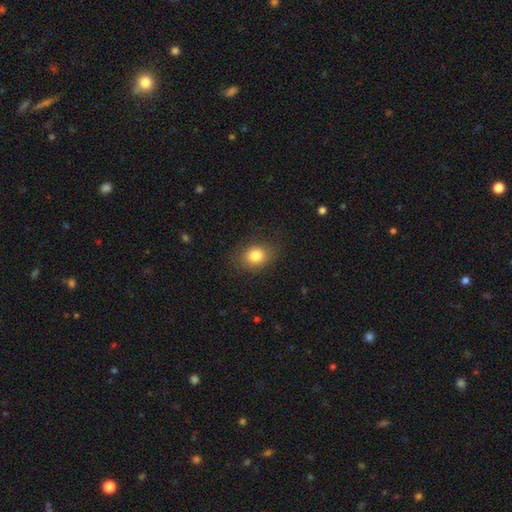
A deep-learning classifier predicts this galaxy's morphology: A smooth galaxy with no disk features (81%) that is round (49%, tied with in between).

Vote fractions:
- Smooth or featured? smooth: 81% / star or artifact: 10% / featured or disk: 9%
- How rounded? round: 49% (tied) / in between: 49% (tied) / cigar-shaped: 1%
- Merging? none: 80% / minor disturbance: 14% / major disturbance: 5% / merger: 1%